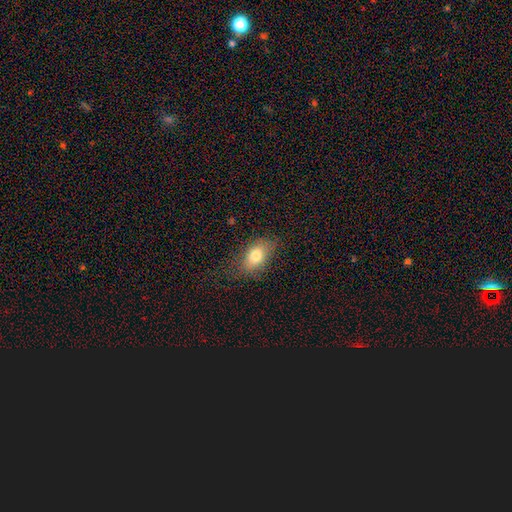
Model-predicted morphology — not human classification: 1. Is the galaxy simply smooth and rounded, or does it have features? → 77% smooth, 14% featured or disk, 9% star or artifact.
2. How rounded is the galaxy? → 85% in between, 11% round, 4% cigar-shaped.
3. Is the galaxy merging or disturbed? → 73% none, 19% minor disturbance, 7% major disturbance, 1% merger.